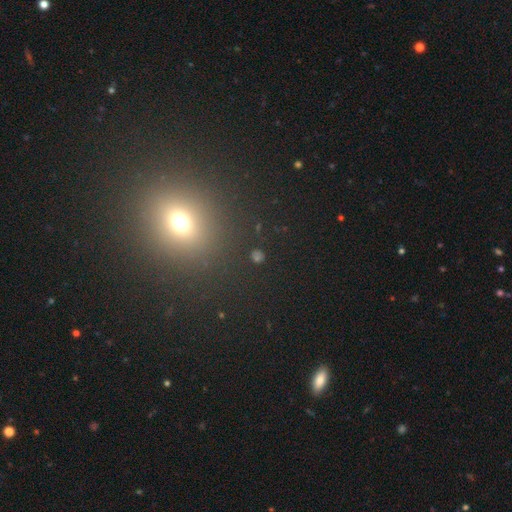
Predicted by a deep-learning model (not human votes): Morphology: type=smooth (51%); roundness=round (74%); merging=none (85%).